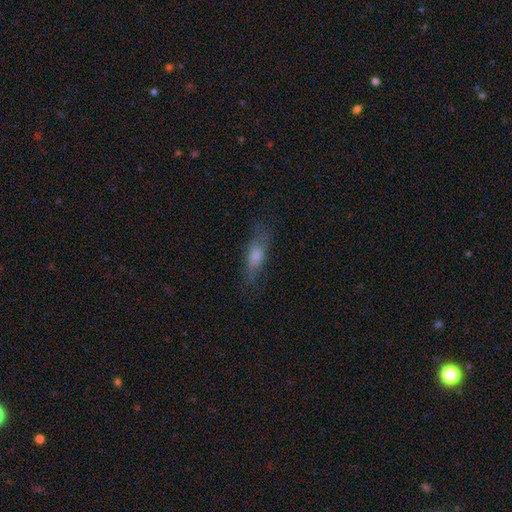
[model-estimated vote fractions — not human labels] A smooth galaxy with no disk features (51%) that is cigar-shaped (57%). Merging: none (71%).